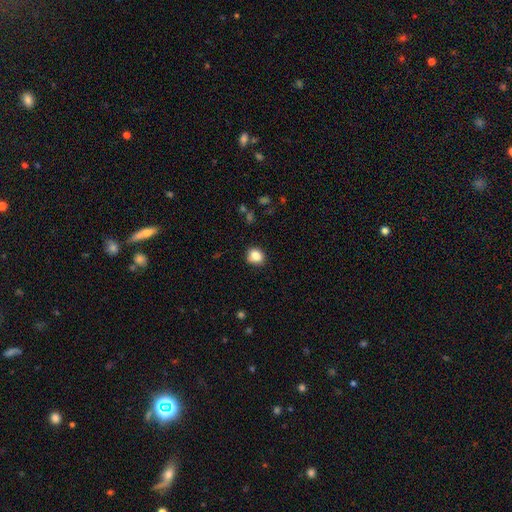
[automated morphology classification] Smooth or featured: smooth — 84% (star or artifact — 10%)
How rounded: round — 74% (in between — 25%)
Merging: none — 83% (minor disturbance — 12%)